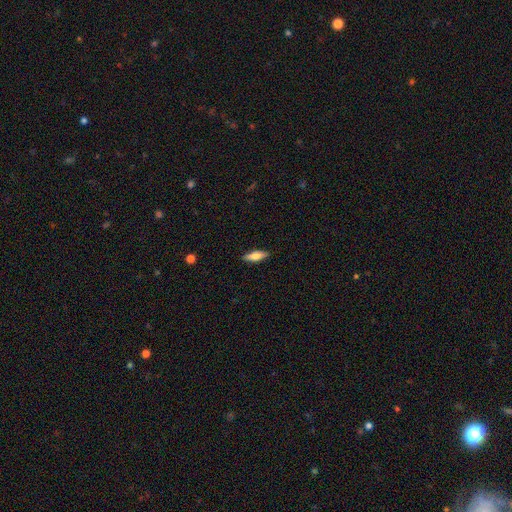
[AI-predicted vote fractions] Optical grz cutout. It shows a smooth galaxy with no disk features (62%) that is in between round and cigar-shaped (51%). Merging: none (89%).